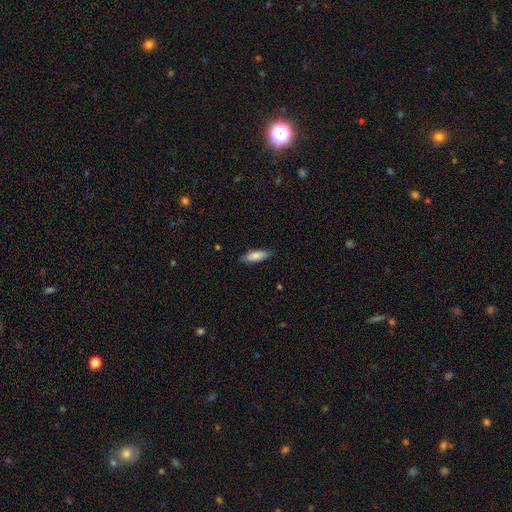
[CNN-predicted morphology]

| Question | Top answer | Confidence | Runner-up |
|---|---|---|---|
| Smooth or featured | smooth | 84% | featured or disk (10%) |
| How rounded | in between | 58% | cigar-shaped (40%) |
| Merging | none | 85% | minor disturbance (11%) |